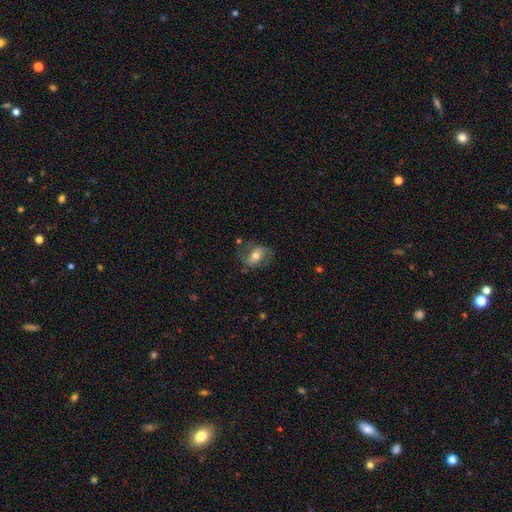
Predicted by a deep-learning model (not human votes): The model was most divided on "bar": no: 41%, weak: 35%, strong: 24%. Remaining: edge-on disk — no (96%); spiral arms — yes (89%); spiral arm count — 2 (88%); smooth or featured — featured or disk (71%); merging — none (67%); bulge size — moderate (66%); spiral winding — loose (48%).